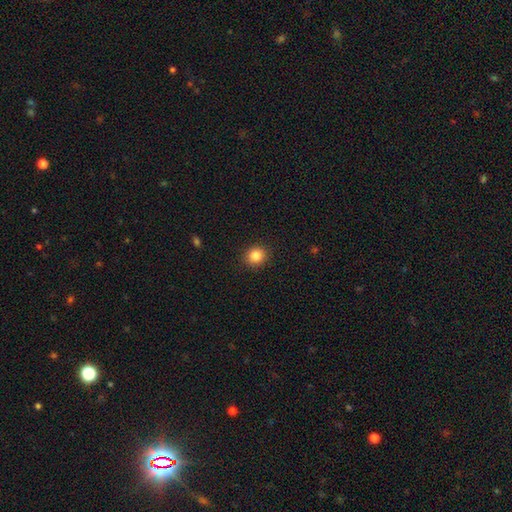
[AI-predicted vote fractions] The model was most divided on "how rounded": round: 86%, in between: 13%, cigar-shaped: 1%. More confident: merging — none (91%); smooth or featured — smooth (85%).